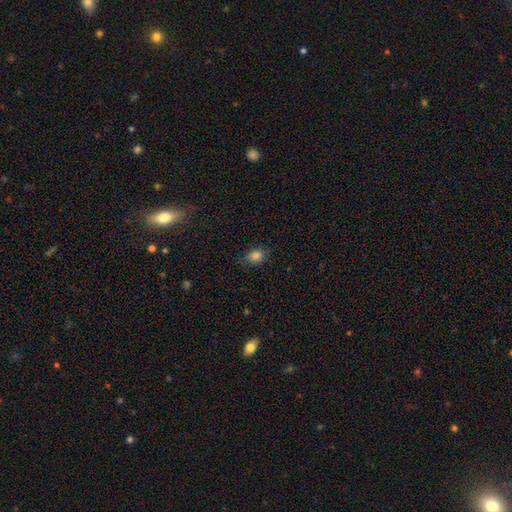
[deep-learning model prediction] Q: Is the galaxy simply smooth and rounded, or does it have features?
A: smooth — 84%.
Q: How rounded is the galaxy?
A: in between — 61%.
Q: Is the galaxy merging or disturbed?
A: none — 77%.